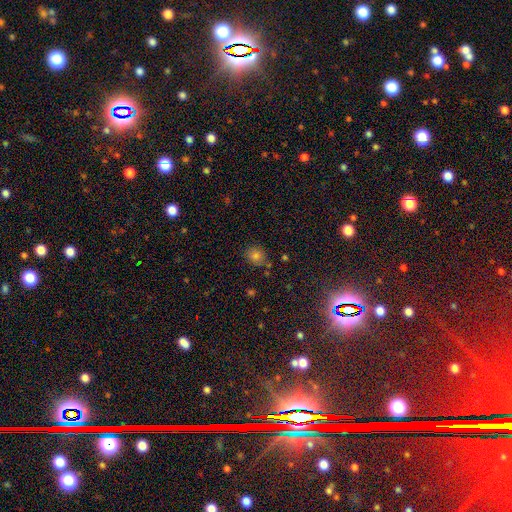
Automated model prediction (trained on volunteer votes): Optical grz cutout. It shows a smooth galaxy with no disk features (78%) that is round (70%). Merging: none (76%).